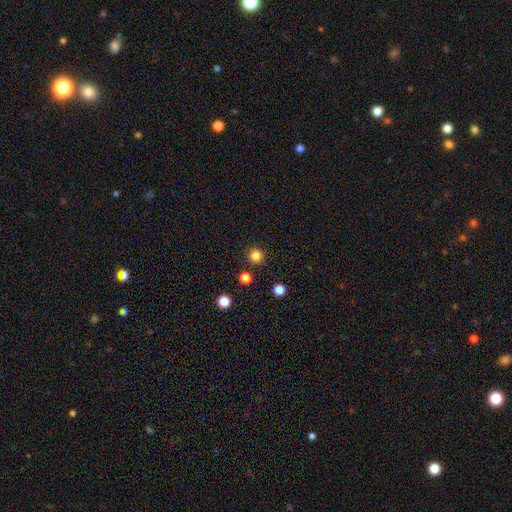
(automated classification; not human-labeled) This is clearly a smooth galaxy (82%). How rounded: clearly round (96%). Merging: clearly none (89%).